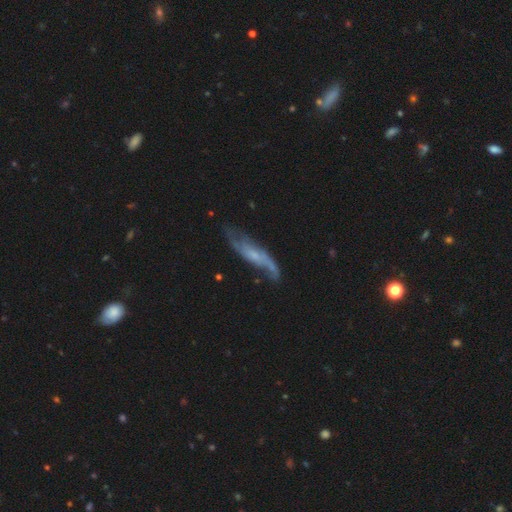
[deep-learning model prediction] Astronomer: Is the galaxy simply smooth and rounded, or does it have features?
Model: featured or disk — 72%.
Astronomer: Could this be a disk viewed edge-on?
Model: no — 70%.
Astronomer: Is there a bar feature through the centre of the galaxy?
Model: no — 61%.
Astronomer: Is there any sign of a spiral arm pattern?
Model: yes — 87%.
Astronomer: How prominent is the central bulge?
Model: small — 64%.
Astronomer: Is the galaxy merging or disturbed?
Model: none — 59%.